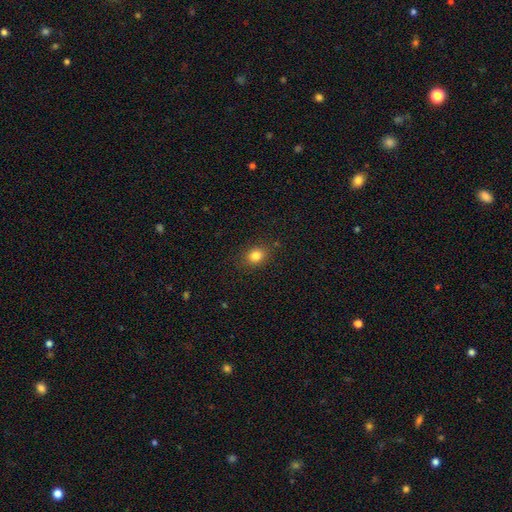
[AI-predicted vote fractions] Q: Smooth or featured?
A: smooth (82%); runner-up: star or artifact (12%)
Q: How rounded?
A: round (55%); runner-up: in between (44%)
Q: Merging?
A: none (86%); runner-up: minor disturbance (10%)